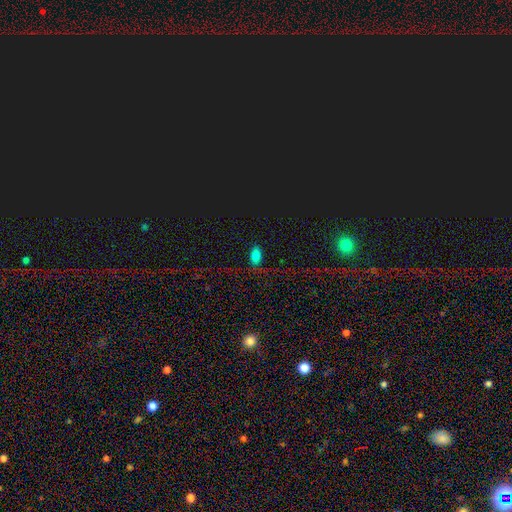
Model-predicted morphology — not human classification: Smooth or featured? Predicted: smooth (p=0.76). How rounded? Predicted: in between (p=0.91). Merging? Predicted: none (p=0.80).